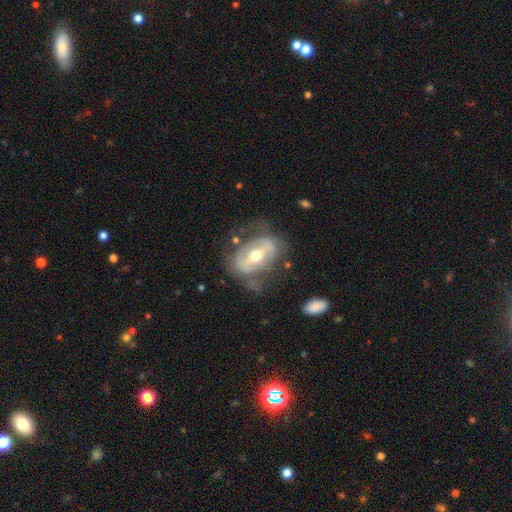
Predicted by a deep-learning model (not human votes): Q: Smooth or featured?
A: featured or disk (74%); runner-up: smooth (20%)
Q: Edge-on disk?
A: no (92%); runner-up: yes (8%)
Q: Bar?
A: strong (54%); runner-up: weak (29%)
Q: Spiral arms?
A: yes (51%); runner-up: no (49%)
Q: Bulge size?
A: moderate (68%); runner-up: small (25%)
Q: Merging?
A: none (55%); runner-up: minor disturbance (23%)